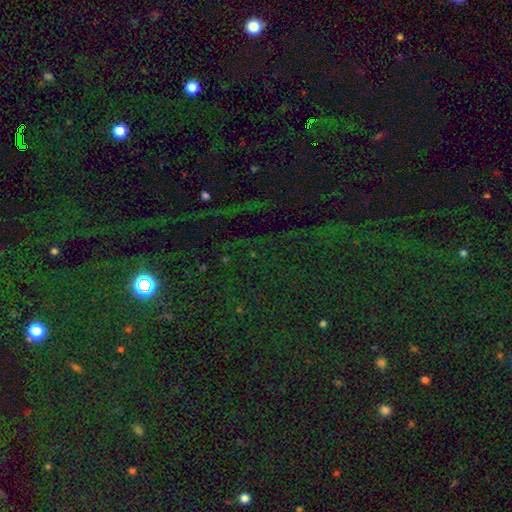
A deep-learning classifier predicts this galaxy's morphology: Smooth or featured? star or artifact (78%)